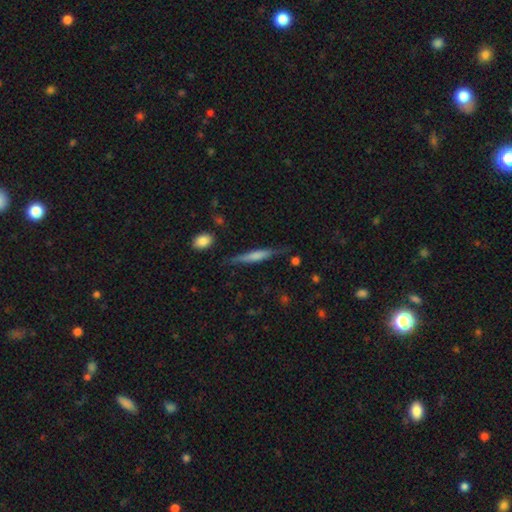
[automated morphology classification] Smooth or featured?
  - featured or disk: 48% *
  - smooth: 45%
  - star or artifact: 7%
Merging?
  - none: 75% *
  - minor disturbance: 18%
  - major disturbance: 5%
  - merger: 3%